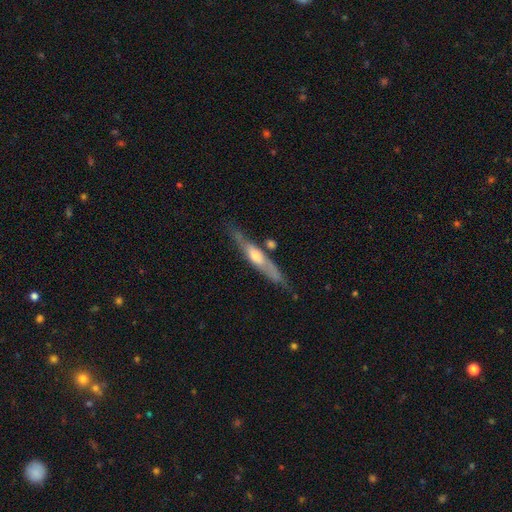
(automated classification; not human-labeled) A featured or disk galaxy (62%) viewed edge-on (82%) with a rounded central bulge (71%).

Vote fractions:
- Smooth or featured? featured or disk: 62% / smooth: 32% / star or artifact: 6%
- Edge-on disk? yes: 82% / no: 18%
- Edge-on bulge? rounded: 71% / none: 20% / boxy: 9%
- Merging? none: 72% / minor disturbance: 17% / merger: 7% / major disturbance: 5%